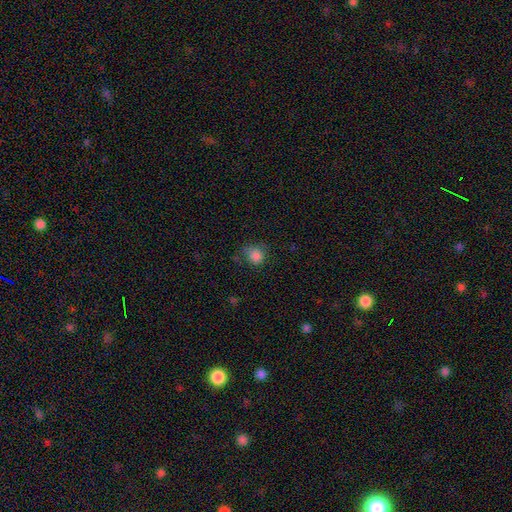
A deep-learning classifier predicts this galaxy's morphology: smooth_or_featured: smooth (p=0.84) [alt: star or artifact p=0.11]
how_rounded: round (p=0.77) [alt: in between p=0.23]
merging: none (p=0.63) [alt: minor disturbance p=0.26]